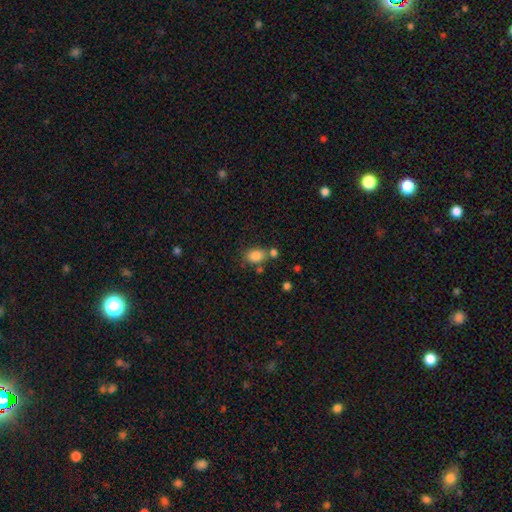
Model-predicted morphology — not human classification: Smooth or featured?
  - smooth: 84% *
  - star or artifact: 10%
  - featured or disk: 6%
How rounded?
  - in between: 78% *
  - round: 20%
  - cigar-shaped: 1%
Merging?
  - none: 62% *
  - merger: 19%
  - minor disturbance: 14%
  - major disturbance: 5%